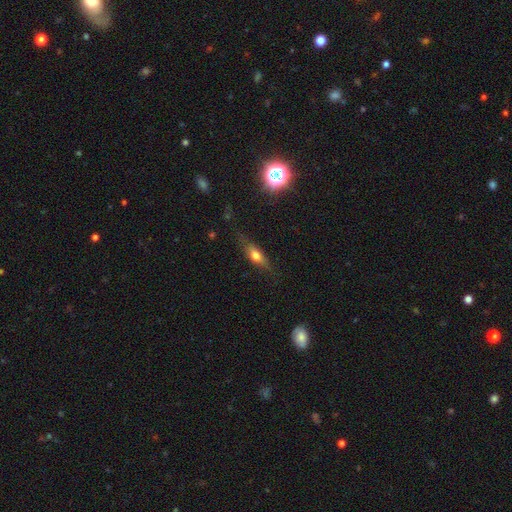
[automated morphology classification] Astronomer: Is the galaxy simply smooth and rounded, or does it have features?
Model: smooth — 55% (runner-up: featured or disk, 35%).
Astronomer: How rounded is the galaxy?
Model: in between — 52% (runner-up: cigar-shaped, 43%).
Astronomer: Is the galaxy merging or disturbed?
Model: none — 71%.